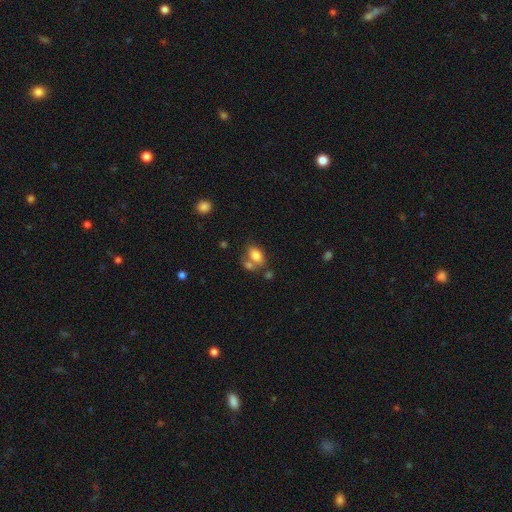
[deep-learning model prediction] Smooth or featured?
  - smooth: 81% *
  - featured or disk: 10%
  - star or artifact: 9%
How rounded?
  - in between: 87% *
  - round: 11%
  - cigar-shaped: 2%
Merging?
  - none: 48% *
  - merger: 34%
  - minor disturbance: 13%
  - major disturbance: 5%